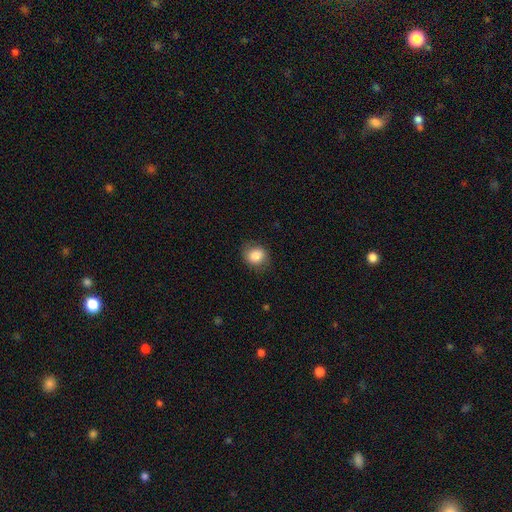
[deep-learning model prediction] Q: Smooth or featured?
A: smooth (83%); runner-up: featured or disk (9%)
Q: How rounded?
A: round (70%); runner-up: in between (29%)
Q: Merging?
A: none (79%); runner-up: minor disturbance (15%)